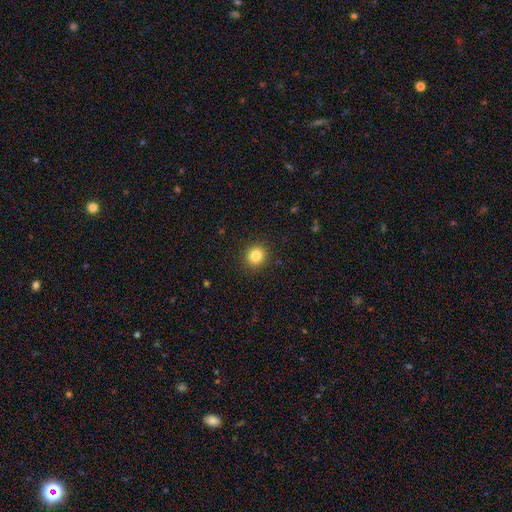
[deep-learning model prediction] A smooth galaxy with no disk features (83%) that is round (84%). Merging: none (91%).